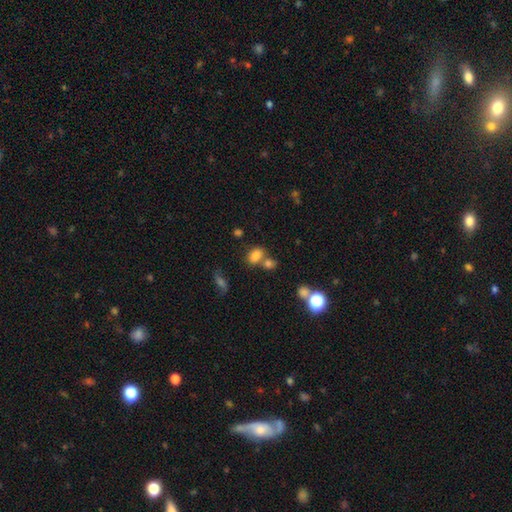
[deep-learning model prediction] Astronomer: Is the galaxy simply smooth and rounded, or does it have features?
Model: smooth — 79%.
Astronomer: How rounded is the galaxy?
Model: in between — 77%.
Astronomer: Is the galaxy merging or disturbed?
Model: none — 51% (runner-up: merger, 33%).